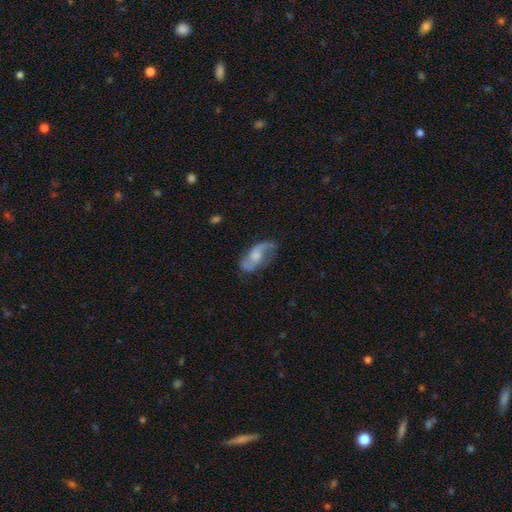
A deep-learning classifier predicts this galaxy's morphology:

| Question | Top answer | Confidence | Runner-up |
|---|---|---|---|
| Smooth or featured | featured or disk | 75% | smooth (18%) |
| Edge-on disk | no | 95% | yes (5%) |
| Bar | no | 55% | weak (38%) |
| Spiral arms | yes | 93% | no (7%) |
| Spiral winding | loose | 57% | medium (34%) |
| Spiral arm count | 2 | 85% | 1 (7%) |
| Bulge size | moderate | 37% | small (28%) |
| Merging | none | 65% | minor disturbance (21%) |